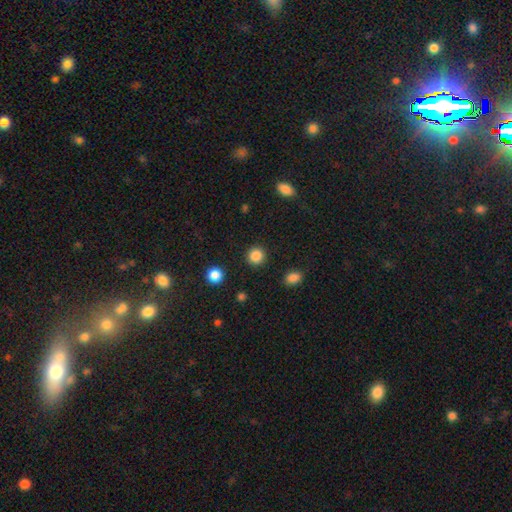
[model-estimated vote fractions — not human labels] Smooth or featured: smooth — 86% (star or artifact — 11%)
How rounded: round — 94% (in between — 5%)
Merging: none — 92% (minor disturbance — 5%)